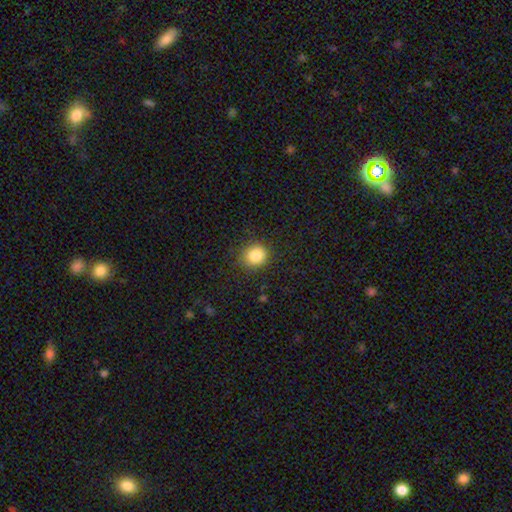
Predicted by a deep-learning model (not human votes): Morphology: type=smooth (85%); roundness=round (83%); merging=none (85%).